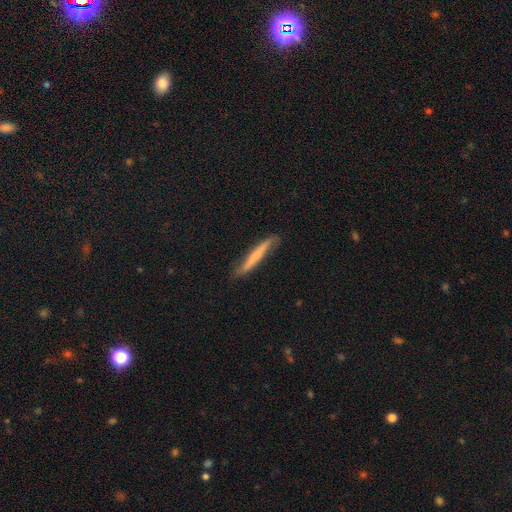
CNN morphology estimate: Smooth or featured: smooth — 53% (featured or disk — 42%)
How rounded: cigar-shaped — 95% (in between — 4%)
Merging: none — 74% (minor disturbance — 20%)